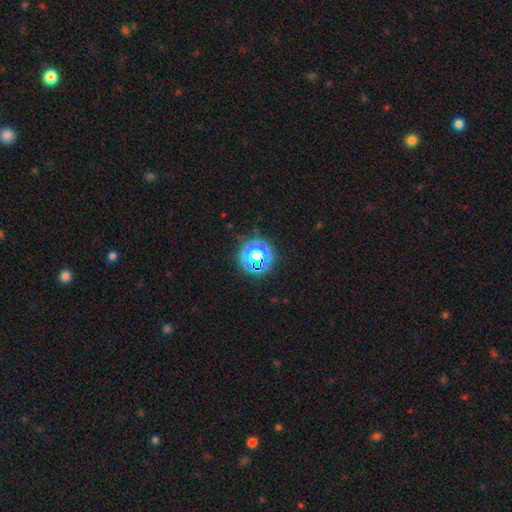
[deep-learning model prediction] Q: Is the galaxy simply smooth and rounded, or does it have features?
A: star or artifact — 50%.